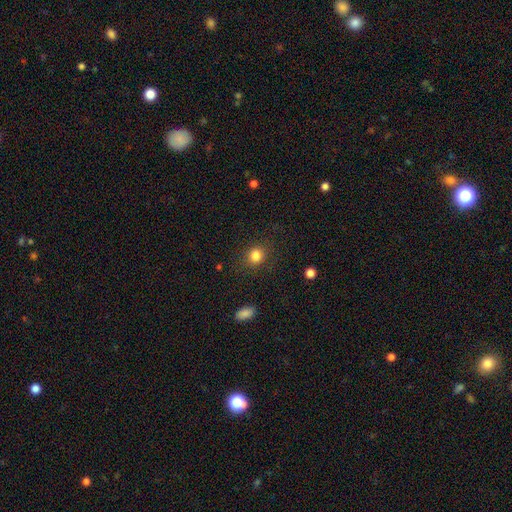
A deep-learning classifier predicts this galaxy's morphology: Smooth or featured?
  - smooth: 84% *
  - star or artifact: 11%
  - featured or disk: 5%
How rounded?
  - round: 76% *
  - in between: 23%
  - cigar-shaped: 1%
Merging?
  - none: 85% *
  - minor disturbance: 10%
  - major disturbance: 4%
  - merger: 1%